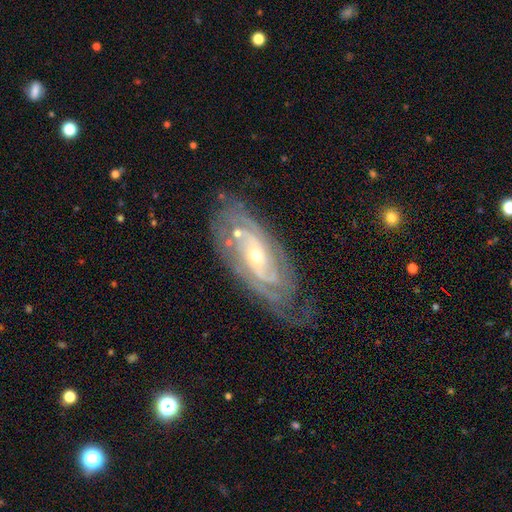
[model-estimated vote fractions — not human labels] A featured or disk galaxy (88%) with no bar (63%), 2 (31%) tight (70%) spiral arms (96%) and a small central bulge (55%). Merging: none (71%).